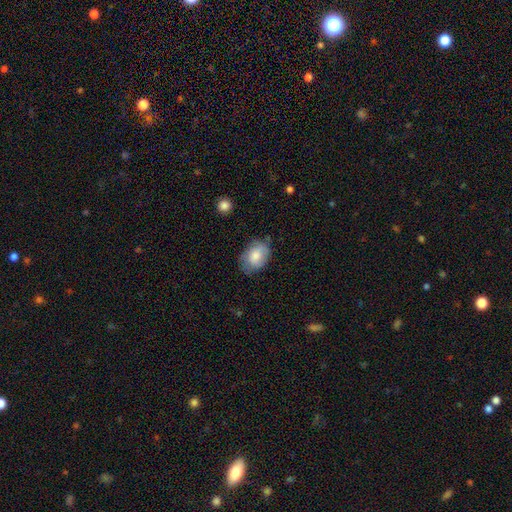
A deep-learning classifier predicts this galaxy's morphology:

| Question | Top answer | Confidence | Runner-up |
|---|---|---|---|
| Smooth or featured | smooth | 77% | featured or disk (16%) |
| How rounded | in between | 79% | round (20%) |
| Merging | none | 66% | minor disturbance (25%) |